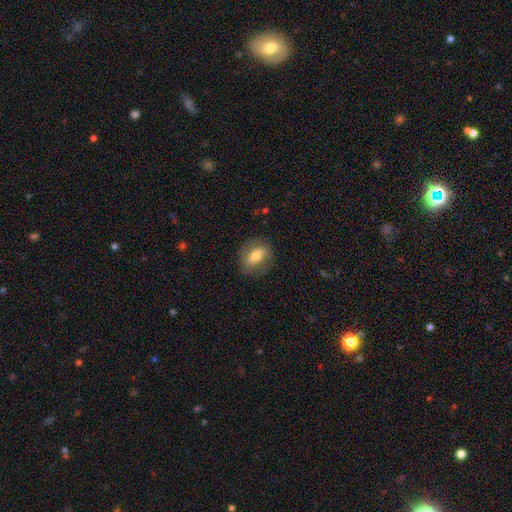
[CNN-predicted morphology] Q: Smooth or featured?
A: smooth (64%); runner-up: featured or disk (28%)
Q: How rounded?
A: in between (72%); runner-up: round (24%)
Q: Merging?
A: none (79%); runner-up: minor disturbance (14%)